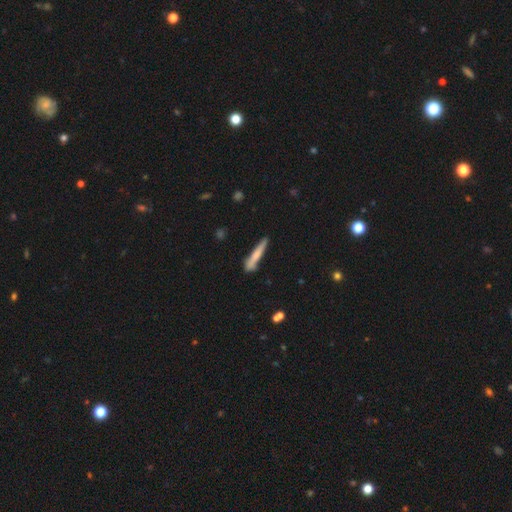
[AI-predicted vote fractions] smooth-or-featured: smooth: 67% | featured or disk: 27% | star or artifact: 6%
  how-rounded: cigar-shaped: 94% | in between: 5% | round: 1%
  merging: none: 72% | minor disturbance: 19% | merger: 5% | major disturbance: 4%